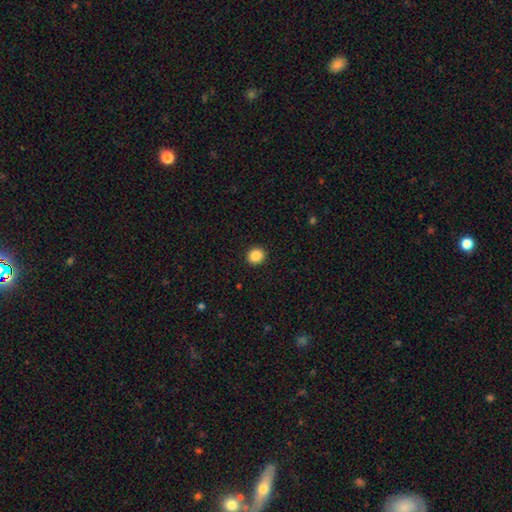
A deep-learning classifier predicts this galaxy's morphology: The model was most divided on "how rounded": round: 83%, in between: 16%, cigar-shaped: 1%. More confident: merging — none (92%); smooth or featured — smooth (88%).